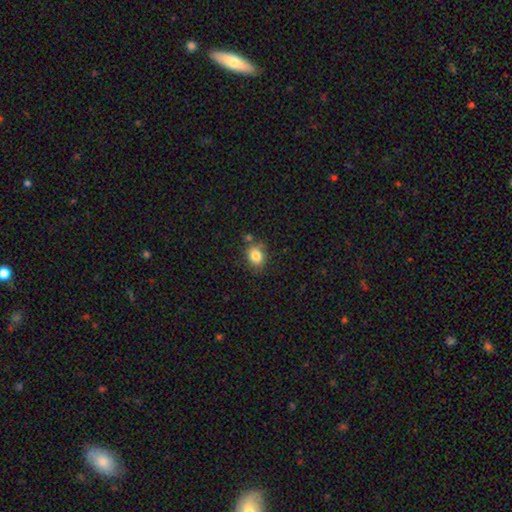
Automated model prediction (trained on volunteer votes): Morphology: type=smooth (84%); roundness=in between (51%); merging=none (70%).